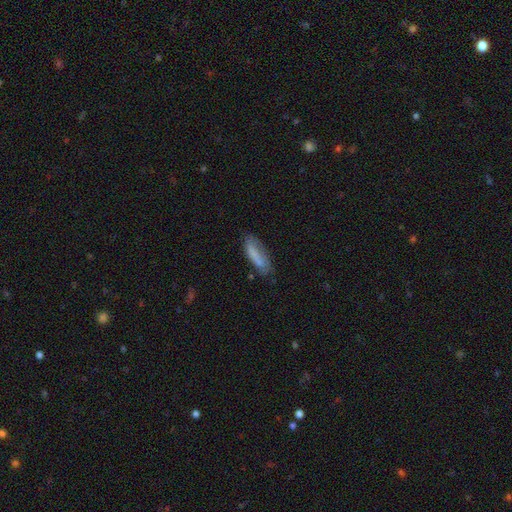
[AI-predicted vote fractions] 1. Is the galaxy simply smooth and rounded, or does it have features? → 70% smooth, 23% featured or disk, 8% star or artifact.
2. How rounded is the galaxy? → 52% in between, 46% cigar-shaped, 2% round.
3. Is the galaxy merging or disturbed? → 61% none, 26% minor disturbance, 9% major disturbance, 4% merger.